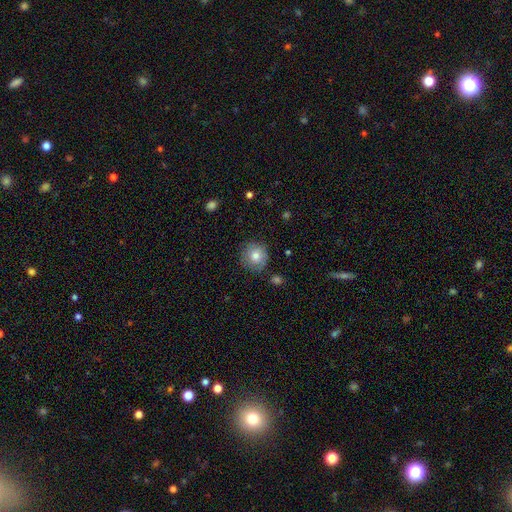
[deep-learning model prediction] A smooth galaxy with no disk features (77%) that is round (92%).

Vote fractions:
- Smooth or featured? smooth: 77% / featured or disk: 14% / star or artifact: 9%
- How rounded? round: 92% / in between: 7% / cigar-shaped: 1%
- Merging? none: 80% / minor disturbance: 15% / major disturbance: 3% / merger: 2%